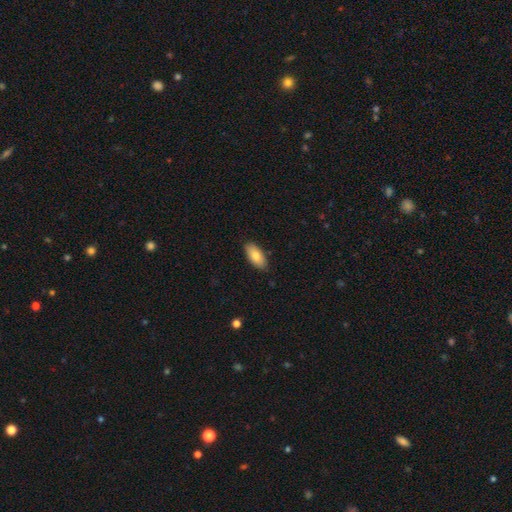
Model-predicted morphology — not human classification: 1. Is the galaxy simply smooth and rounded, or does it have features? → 80% smooth, 14% featured or disk, 6% star or artifact.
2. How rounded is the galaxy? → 89% in between, 8% cigar-shaped, 2% round.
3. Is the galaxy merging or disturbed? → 85% none, 12% minor disturbance, 2% major disturbance, 1% merger.